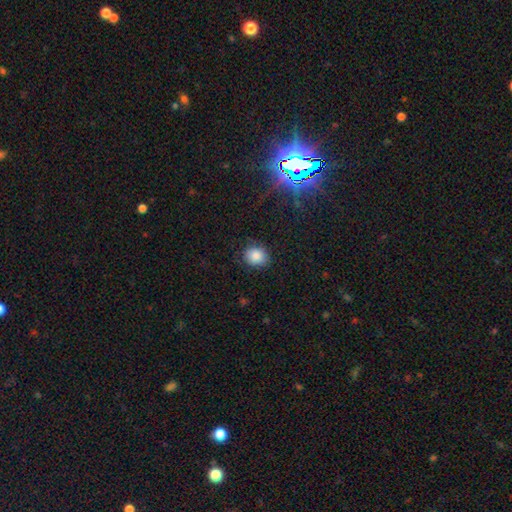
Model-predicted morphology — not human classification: smooth-or-featured: smooth: 85% | star or artifact: 10% | featured or disk: 6%
  how-rounded: round: 62% | in between: 37% | cigar-shaped: 1%
  merging: none: 80% | minor disturbance: 15% | major disturbance: 4% | merger: 1%